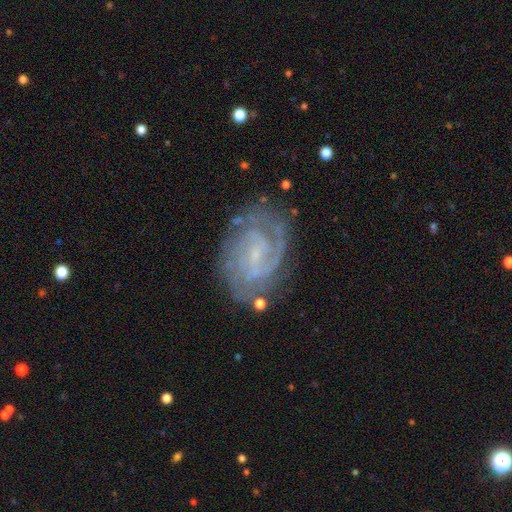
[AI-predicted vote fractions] A featured or disk galaxy (88%) with a weak bar (52%), 2 (55%) tight (60%) spiral arms (97%) and a small central bulge (72%). Merging: none (75%).